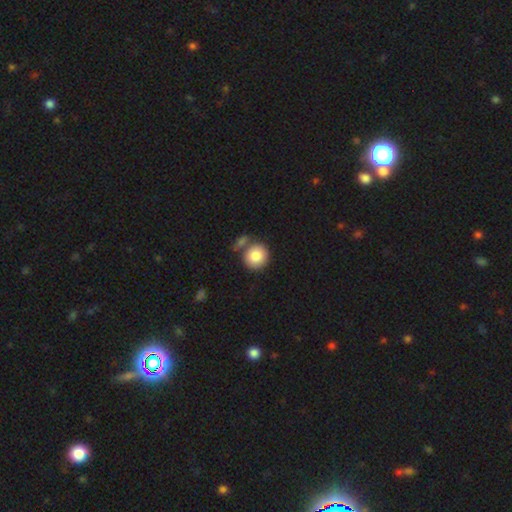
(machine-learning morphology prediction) smooth-or-featured: smooth: 85% | featured or disk: 8% | star or artifact: 7%
  how-rounded: round: 90% | in between: 9% | cigar-shaped: 1%
  merging: none: 64% | merger: 21% | minor disturbance: 11% | major disturbance: 4%